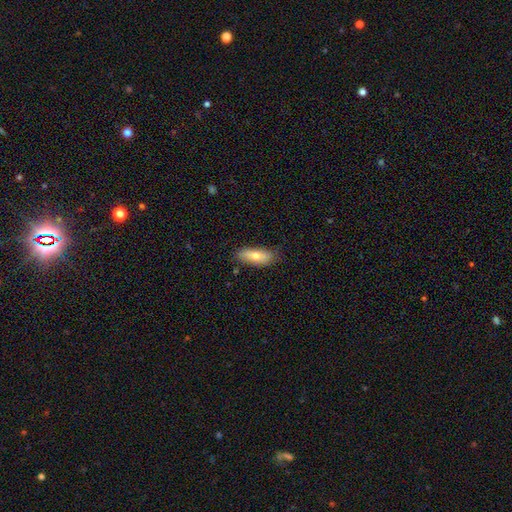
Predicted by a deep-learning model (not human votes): The model was most divided on "how rounded": in between: 67%, cigar-shaped: 31%, round: 2%. More confident: merging — none (79%); smooth or featured — smooth (69%).